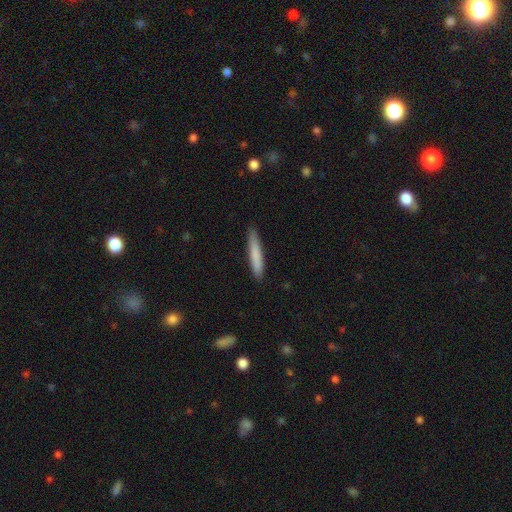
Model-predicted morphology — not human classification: Q: Smooth or featured?
A: smooth (79%); runner-up: featured or disk (16%)
Q: How rounded?
A: cigar-shaped (93%); runner-up: in between (6%)
Q: Merging?
A: none (88%); runner-up: minor disturbance (10%)